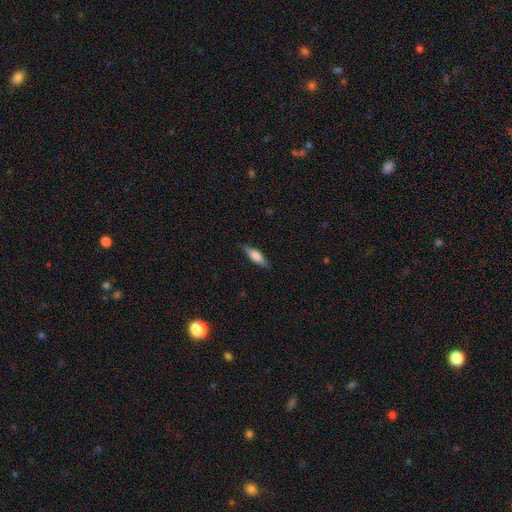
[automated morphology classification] The model was most divided on "smooth or featured": smooth: 57%, featured or disk: 37%, star or artifact: 6%. More confident: merging — none (87%); how rounded — cigar-shaped (60%).